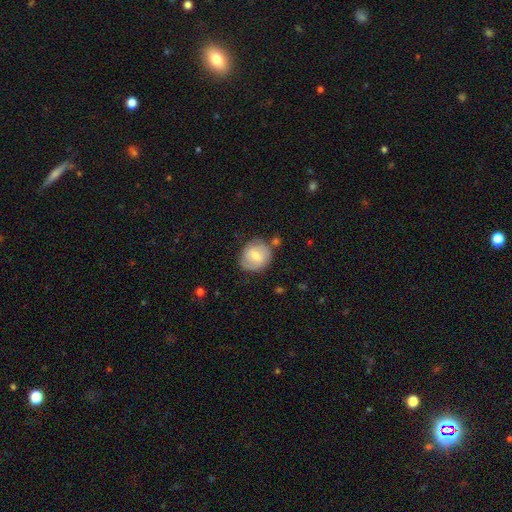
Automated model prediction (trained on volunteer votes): The model was most divided on "smooth or featured": smooth: 60%, featured or disk: 33%, star or artifact: 7%. More confident: how rounded — round (77%); merging — none (67%).